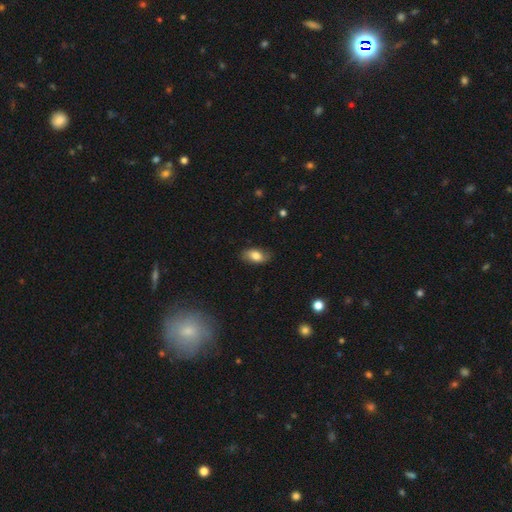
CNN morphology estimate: Smooth or featured?
  - smooth: 78% *
  - featured or disk: 15%
  - star or artifact: 7%
How rounded?
  - in between: 91% *
  - round: 6%
  - cigar-shaped: 3%
Merging?
  - none: 80% *
  - minor disturbance: 15%
  - major disturbance: 3%
  - merger: 1%